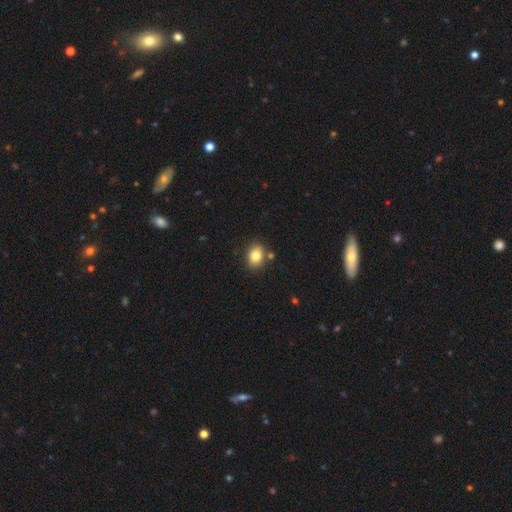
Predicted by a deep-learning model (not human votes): smooth_or_featured: smooth (p=0.82) [alt: star or artifact p=0.09]
how_rounded: in between (p=0.66) [alt: round p=0.33]
merging: none (p=0.81) [alt: minor disturbance p=0.11]